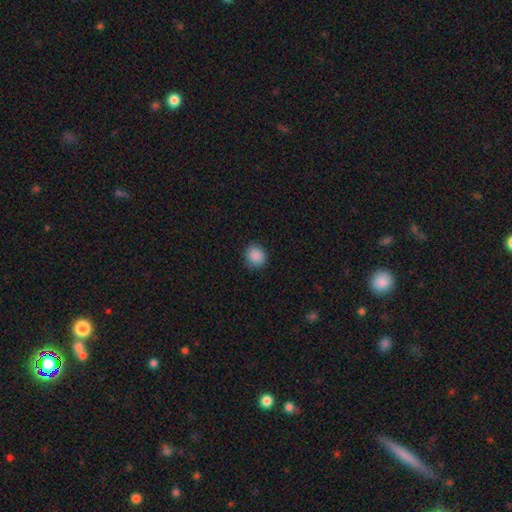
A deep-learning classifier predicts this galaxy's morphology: Smooth or featured? Predicted: smooth (p=0.89). How rounded? Predicted: round (p=0.85). Merging? Predicted: none (p=0.88).